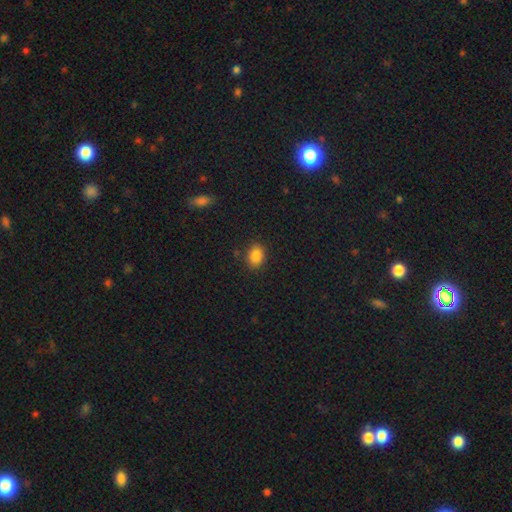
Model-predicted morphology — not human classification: Smooth or featured?
  - smooth: 85% *
  - star or artifact: 10%
  - featured or disk: 5%
How rounded?
  - in between: 65% *
  - round: 34%
  - cigar-shaped: 1%
Merging?
  - none: 85% *
  - minor disturbance: 11%
  - major disturbance: 3%
  - merger: 2%